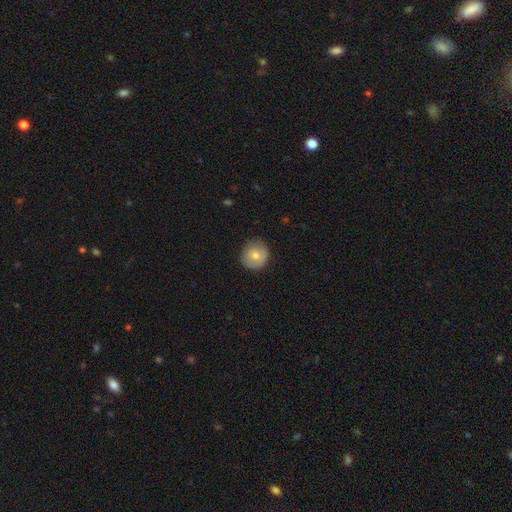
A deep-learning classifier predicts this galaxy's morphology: Smooth or featured? Predicted: smooth (p=0.74). How rounded? Predicted: round (p=0.91). Merging? Predicted: none (p=0.84).